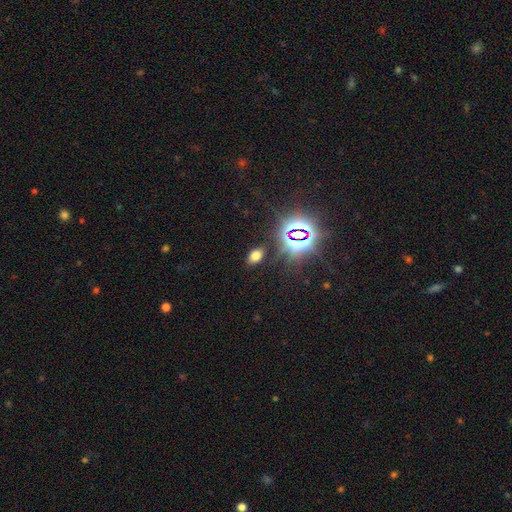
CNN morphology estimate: This appears to be a smooth galaxy with no disk features (60%) that is in between round and cigar-shaped (87%). Merging: none (86%).